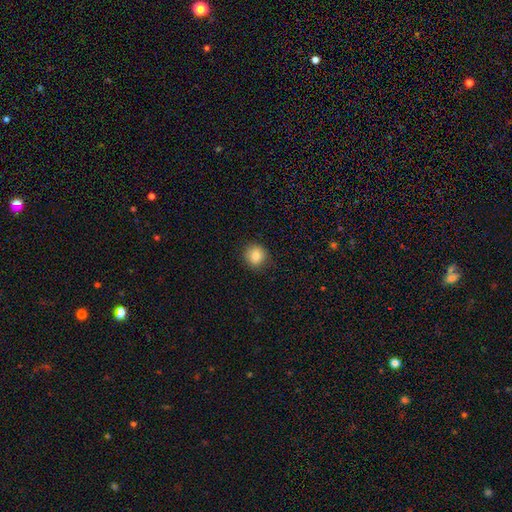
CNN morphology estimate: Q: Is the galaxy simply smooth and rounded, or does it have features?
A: smooth — 85%.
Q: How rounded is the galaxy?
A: round — 90%.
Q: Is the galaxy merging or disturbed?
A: none — 88%.